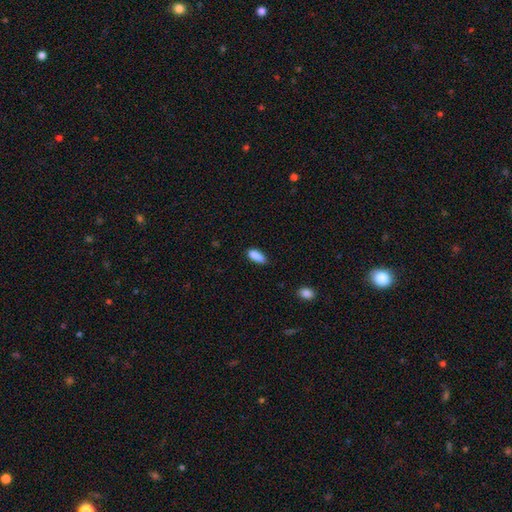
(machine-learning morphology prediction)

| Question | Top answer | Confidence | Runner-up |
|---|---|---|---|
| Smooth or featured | smooth | 87% | star or artifact (8%) |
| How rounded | in between | 78% | cigar-shaped (20%) |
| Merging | none | 70% | minor disturbance (23%) |